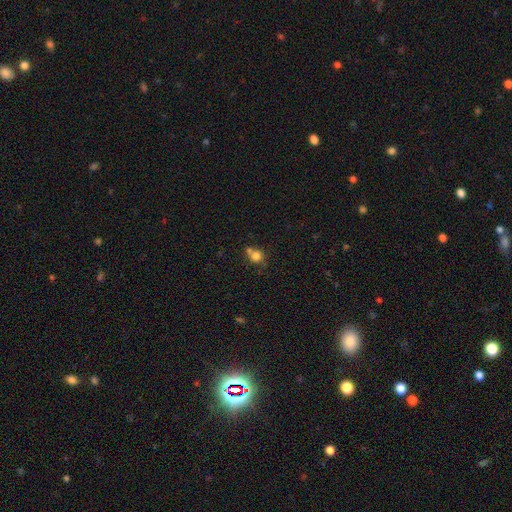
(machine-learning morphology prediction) Overall: smooth (78%). How rounded: round (82%). Merging: none (46%; merger 36%).